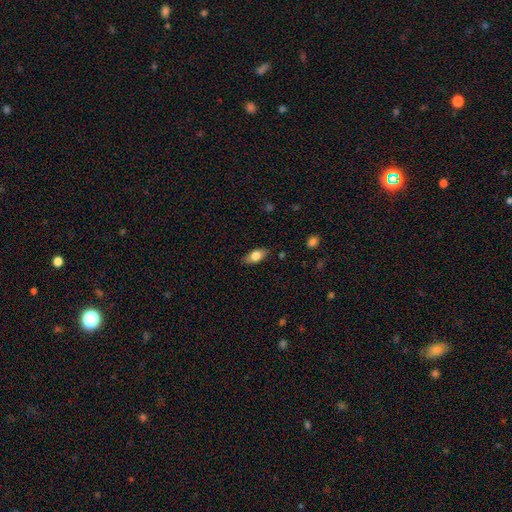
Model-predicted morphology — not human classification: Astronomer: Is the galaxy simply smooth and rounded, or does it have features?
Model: smooth — 74%.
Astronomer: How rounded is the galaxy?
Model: in between — 85%.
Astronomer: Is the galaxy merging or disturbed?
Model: none — 83%.